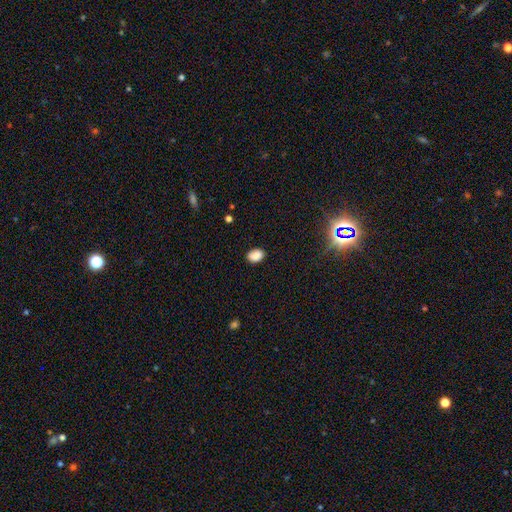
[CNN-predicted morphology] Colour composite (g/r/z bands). It shows a smooth galaxy with no disk features (88%) that is in between round and cigar-shaped (78%). Merging: none (87%).